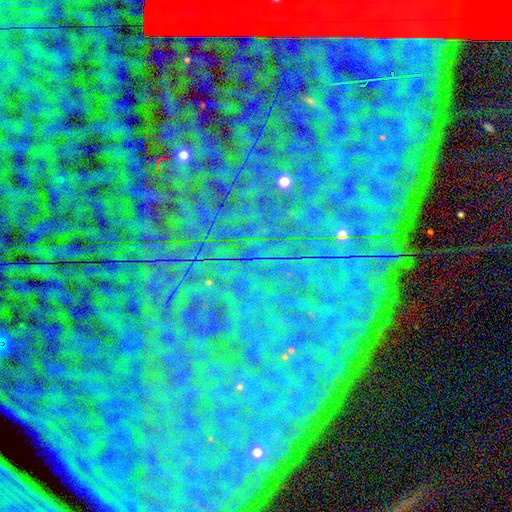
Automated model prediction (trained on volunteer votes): Smooth or featured? star or artifact (85%)